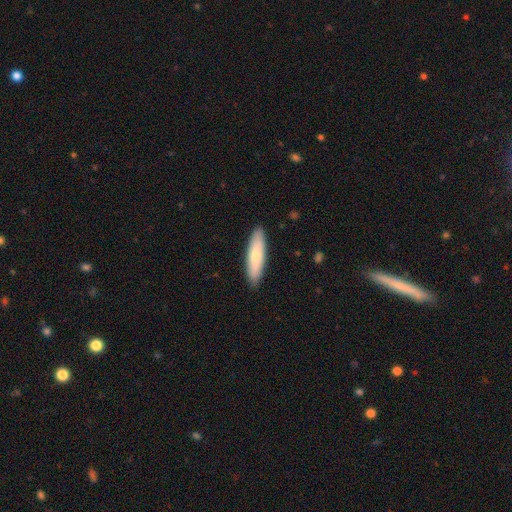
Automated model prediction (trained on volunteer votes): Q: Smooth or featured?
A: smooth (73%); runner-up: featured or disk (21%)
Q: How rounded?
A: cigar-shaped (71%); runner-up: in between (28%)
Q: Merging?
A: none (90%); runner-up: minor disturbance (7%)